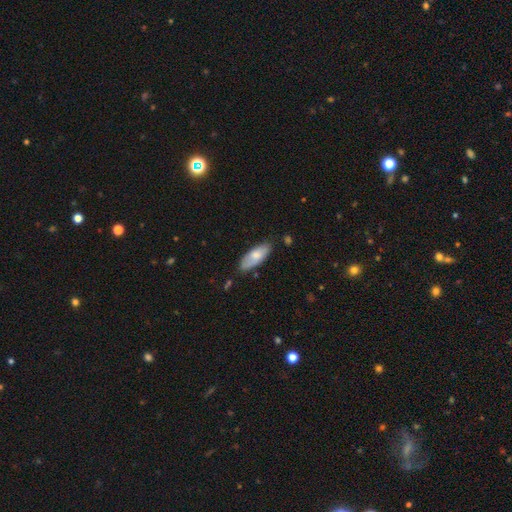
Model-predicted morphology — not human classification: Smooth or featured? smooth (72%)
How rounded? in between (76%)
Merging? none (75%)